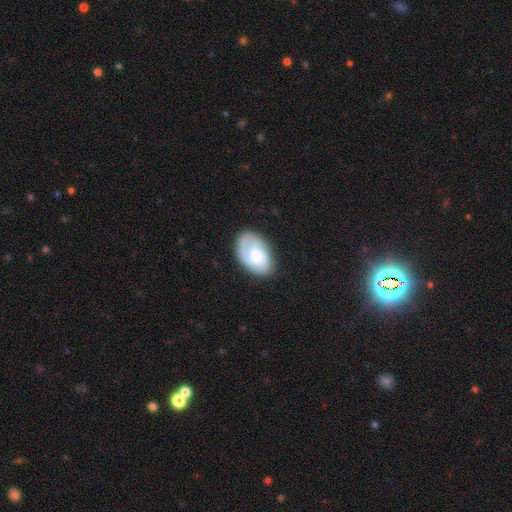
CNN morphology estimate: smooth_or_featured: smooth (p=0.51) [alt: featured or disk p=0.43]
how_rounded: in between (p=0.89) [alt: round p=0.10]
merging: none (p=0.69) [alt: minor disturbance p=0.21]